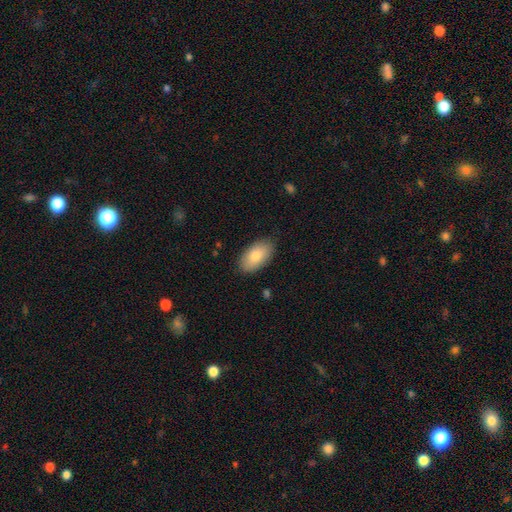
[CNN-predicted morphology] The model was most divided on "smooth or featured": smooth: 81%, featured or disk: 13%, star or artifact: 7%. More confident: how rounded — in between (94%); merging — none (86%).